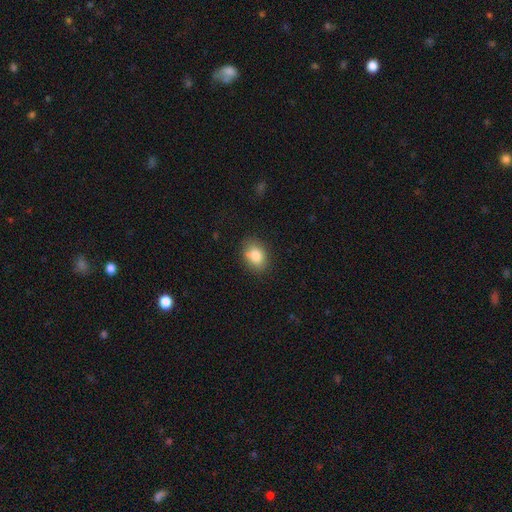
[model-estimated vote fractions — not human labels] smooth 81%, featured or disk 10%, star or artifact 9%. Down the decision tree: how rounded — in between (65%); merging — none (75%).